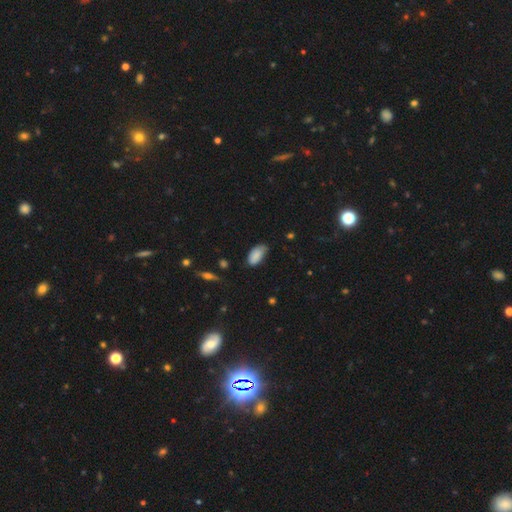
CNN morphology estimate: A smooth galaxy with no disk features (85%) that is in between round and cigar-shaped (93%). Merging: none (59%).